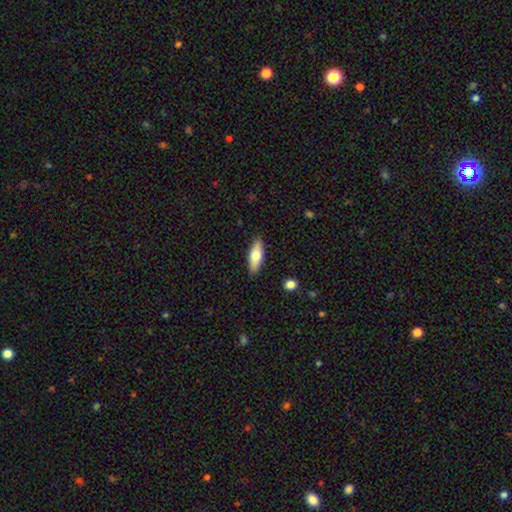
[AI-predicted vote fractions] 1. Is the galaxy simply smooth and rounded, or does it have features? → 68% smooth, 26% featured or disk, 6% star or artifact.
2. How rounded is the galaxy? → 63% in between, 34% cigar-shaped, 2% round.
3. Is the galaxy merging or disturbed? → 87% none, 9% minor disturbance, 2% major disturbance, 1% merger.